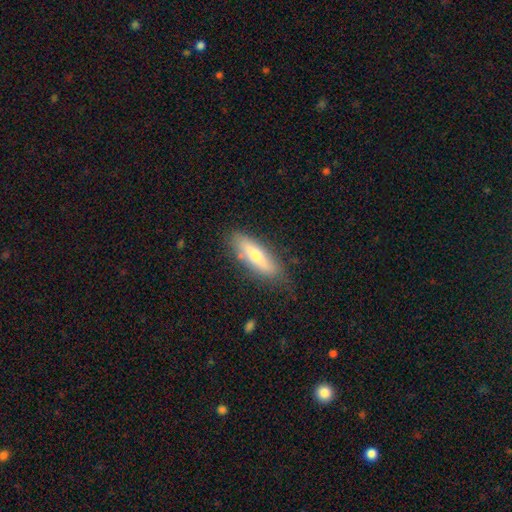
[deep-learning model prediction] This appears to be a smooth galaxy with no disk features (54%) that is cigar-shaped (61%). Merging: none (77%).